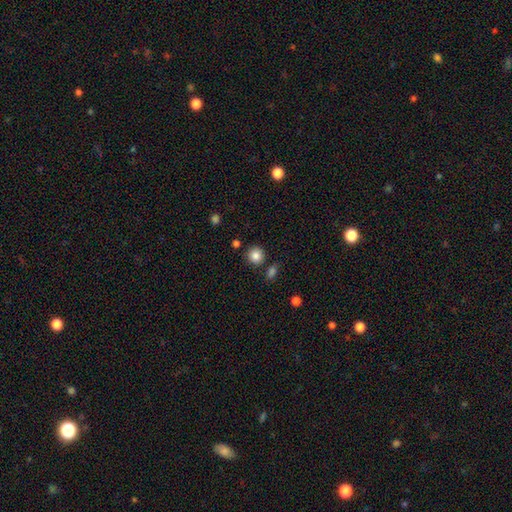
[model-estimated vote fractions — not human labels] This is clearly a smooth galaxy (85%). How rounded: clearly round (91%). Merging: clearly none (84%).